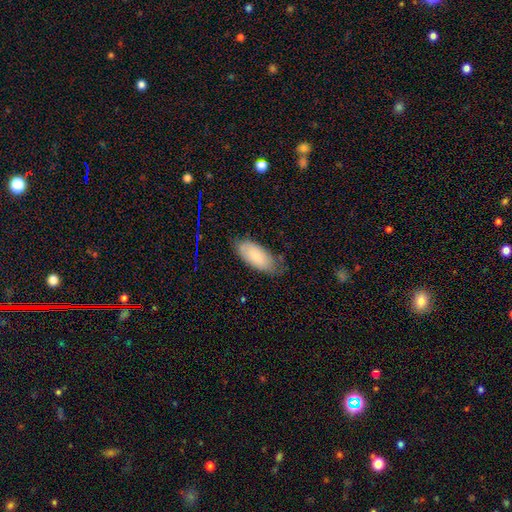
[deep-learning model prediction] This appears to be a smooth galaxy with no disk features (77%) that is in between round and cigar-shaped (90%). Merging: none (64%).